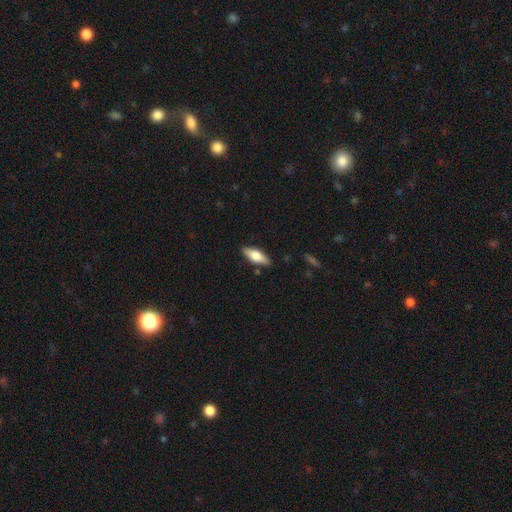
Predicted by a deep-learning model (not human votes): This appears to be a smooth galaxy with no disk features (56%) that is in between round and cigar-shaped (66%). Merging: none (86%).